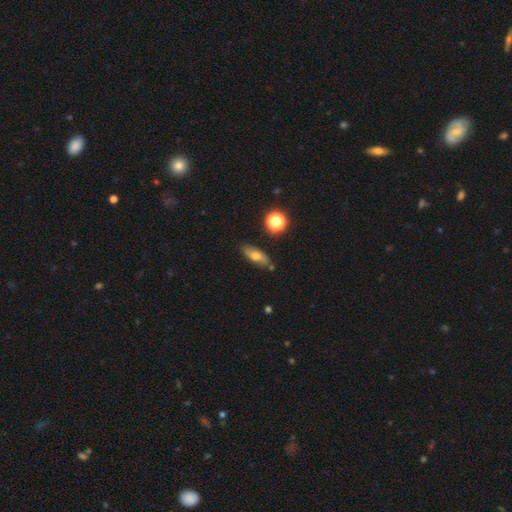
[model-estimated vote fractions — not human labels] Smooth or featured: smooth — 58% (featured or disk — 31%)
How rounded: in between — 65% (cigar-shaped — 27%)
Merging: none — 79% (minor disturbance — 14%)